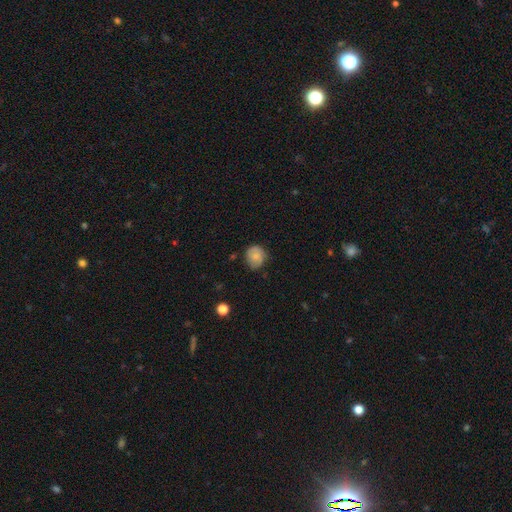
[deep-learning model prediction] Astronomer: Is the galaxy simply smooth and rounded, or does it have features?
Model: smooth — 66%.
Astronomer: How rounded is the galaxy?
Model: round — 75%.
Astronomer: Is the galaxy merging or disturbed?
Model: none — 68%.